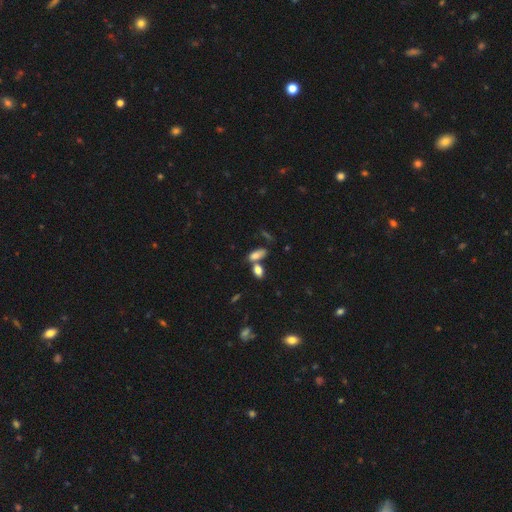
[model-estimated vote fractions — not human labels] This appears to be a smooth galaxy with no disk features (78%) that is in between round and cigar-shaped (84%). Merging: none (44%).